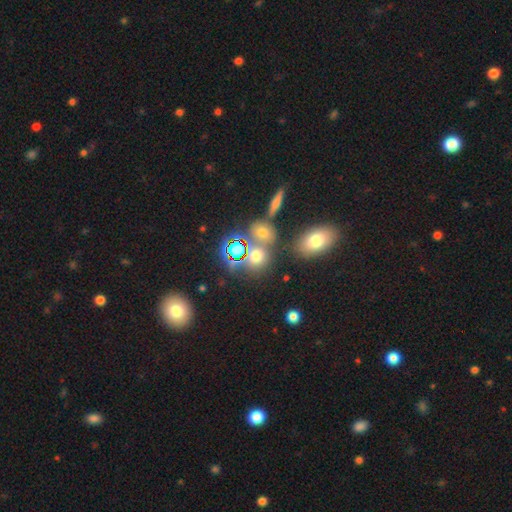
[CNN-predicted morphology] The model was most divided on "smooth or featured": smooth: 56%, star or artifact: 33%, featured or disk: 11%. More confident: how rounded — round (67%); merging — none (59%).